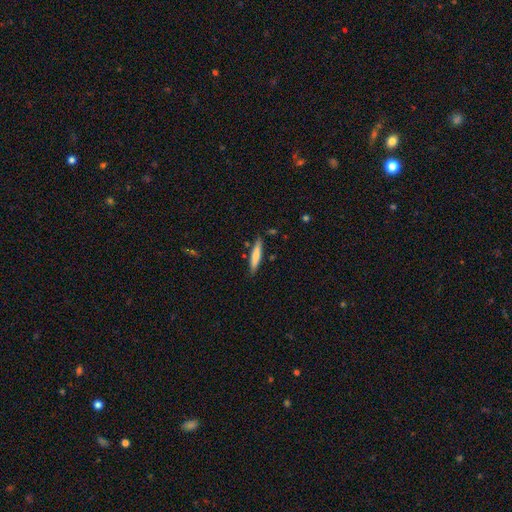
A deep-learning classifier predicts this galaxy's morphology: Overall: smooth (74%). How rounded: cigar-shaped (88%). Merging: none (85%).